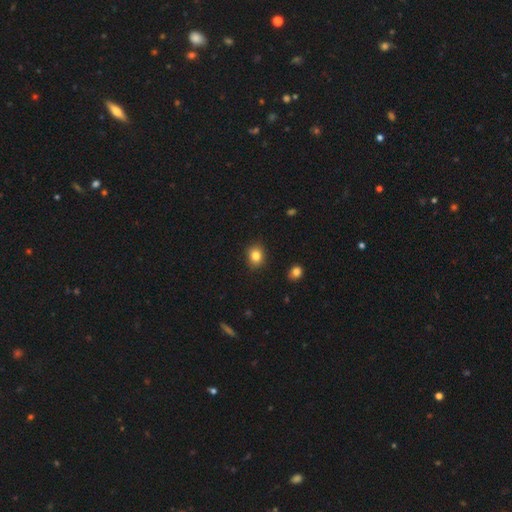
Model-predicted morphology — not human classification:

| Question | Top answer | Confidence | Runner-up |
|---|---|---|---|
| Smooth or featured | smooth | 83% | star or artifact (11%) |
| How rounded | round | 61% | in between (38%) |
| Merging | none | 88% | minor disturbance (9%) |